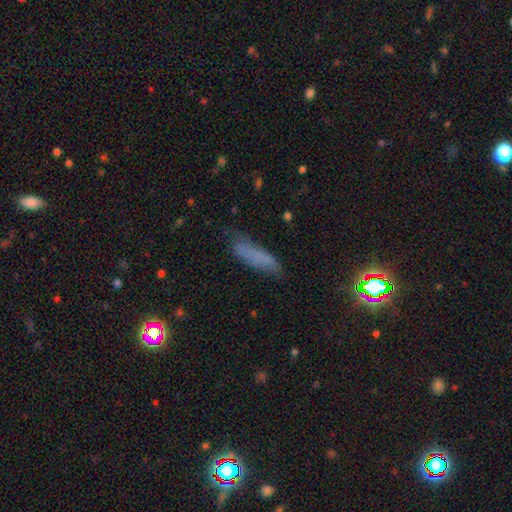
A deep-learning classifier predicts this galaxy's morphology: Overall: smooth (65%). How rounded: cigar-shaped (67%; in between 30%). Merging: none (65%).